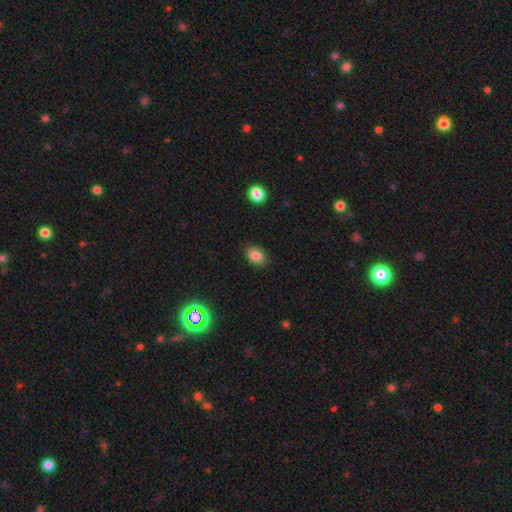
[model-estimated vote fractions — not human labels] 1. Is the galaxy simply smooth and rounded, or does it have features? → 83% smooth, 11% star or artifact, 6% featured or disk.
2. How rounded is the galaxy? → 72% in between, 27% round, 1% cigar-shaped.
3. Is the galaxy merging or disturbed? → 86% none, 10% minor disturbance, 2% major disturbance, 1% merger.